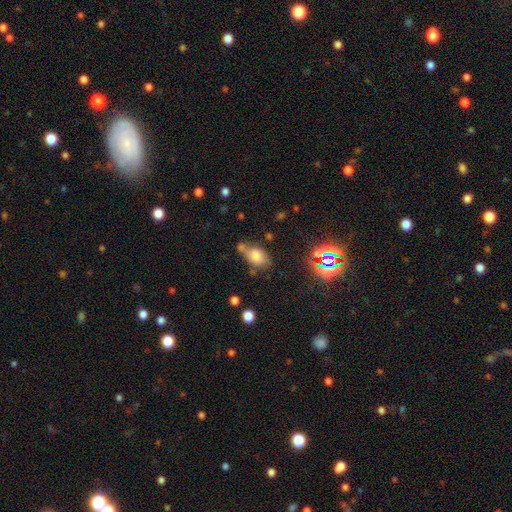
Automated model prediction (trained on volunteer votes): Smooth or featured? smooth (72%)
How rounded? in between (84%)
Merging? none (52%)